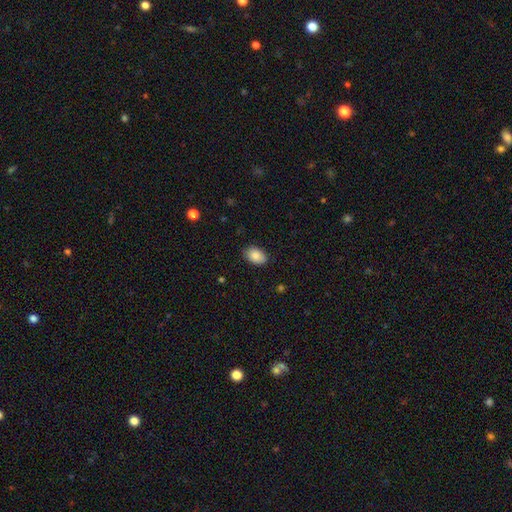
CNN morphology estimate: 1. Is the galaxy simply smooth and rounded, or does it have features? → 87% smooth, 7% star or artifact, 6% featured or disk.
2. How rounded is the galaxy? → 85% in between, 13% round, 1% cigar-shaped.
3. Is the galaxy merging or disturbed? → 86% none, 11% minor disturbance, 2% major disturbance, 1% merger.